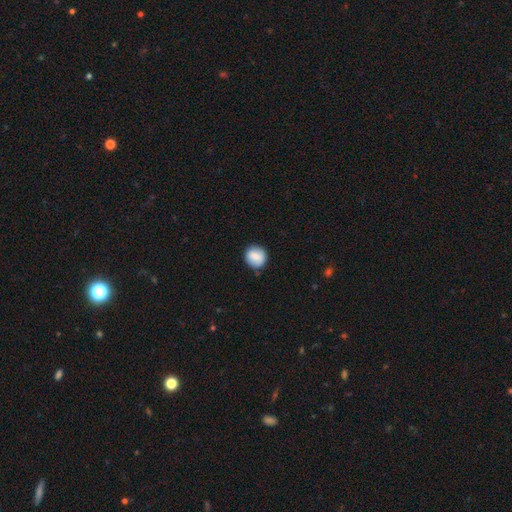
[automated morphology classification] smooth_or_featured: smooth (p=0.80) [alt: featured or disk p=0.13]
how_rounded: round (p=0.87) [alt: in between p=0.12]
merging: none (p=0.83) [alt: minor disturbance p=0.13]